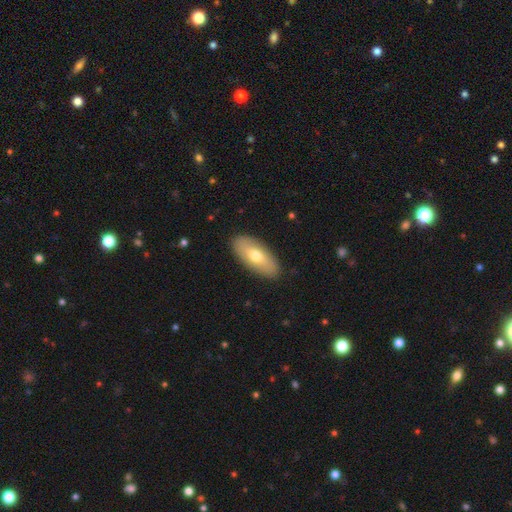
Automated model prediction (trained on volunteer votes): Q: Smooth or featured?
A: smooth (64%); runner-up: featured or disk (30%)
Q: How rounded?
A: in between (87%); runner-up: cigar-shaped (10%)
Q: Merging?
A: none (88%); runner-up: minor disturbance (9%)